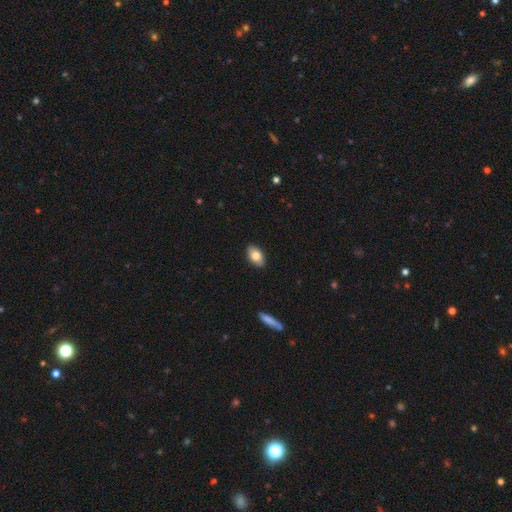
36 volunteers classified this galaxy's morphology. Smooth or featured? smooth (75%)
How rounded? in between (81%)
Merging? none (83%)